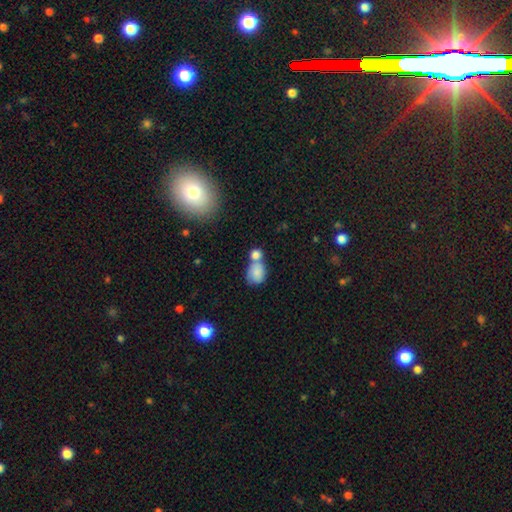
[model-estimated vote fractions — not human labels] Smooth or featured: smooth — 80% (featured or disk — 11%)
How rounded: in between — 50% (round — 48%)
Merging: merger — 52% (none — 32%)